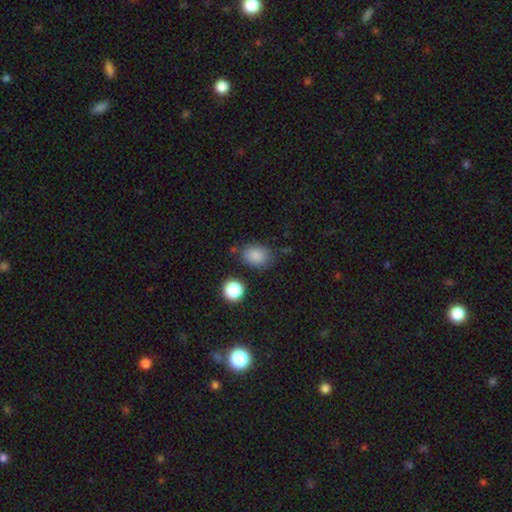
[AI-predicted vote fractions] This appears to be a smooth galaxy with no disk features (85%) that is in between round and cigar-shaped (69%). Merging: none (72%).